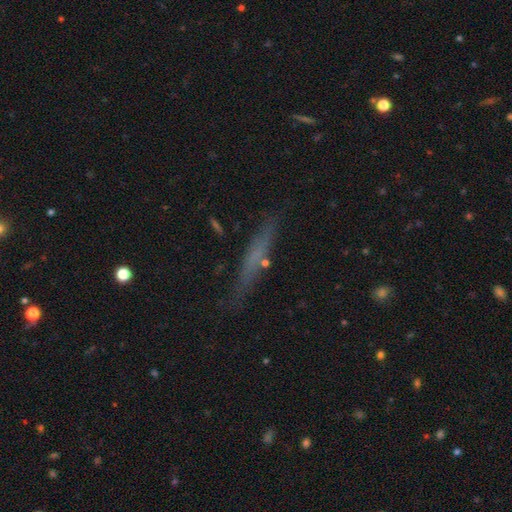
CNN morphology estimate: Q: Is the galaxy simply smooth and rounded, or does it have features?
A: smooth — 49%.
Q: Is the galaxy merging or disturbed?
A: none — 75%.